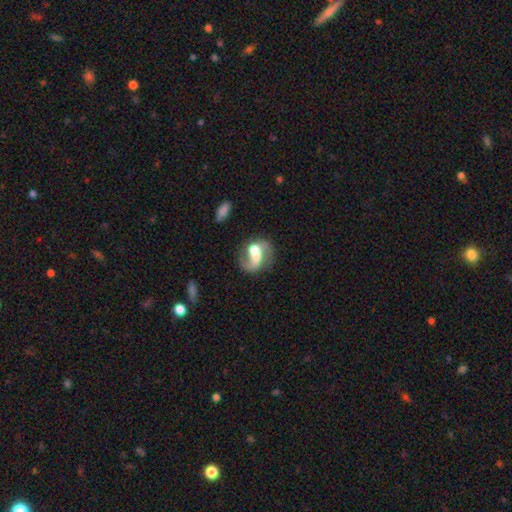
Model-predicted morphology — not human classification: featured or disk 69%, smooth 23%, star or artifact 8%. Down the decision tree: edge-on disk — no (97%); bar — no (48%); spiral arms — yes (85%); spiral arm count — 2 (53%); spiral winding — loose (57%); bulge size — moderate (52%); merging — none (39%).